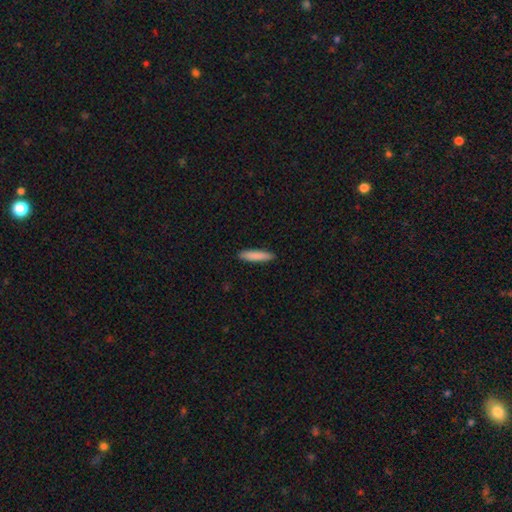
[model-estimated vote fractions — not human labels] Smooth or featured?
  - smooth: 85% *
  - featured or disk: 9%
  - star or artifact: 6%
How rounded?
  - cigar-shaped: 85% *
  - in between: 13%
  - round: 1%
Merging?
  - none: 91% *
  - minor disturbance: 7%
  - major disturbance: 1%
  - merger: 1%